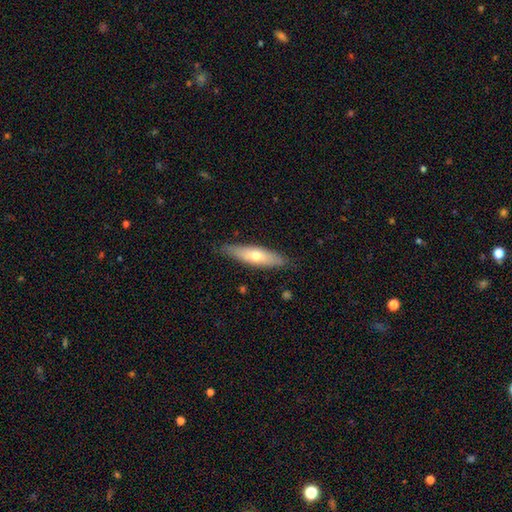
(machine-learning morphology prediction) type=smooth (56%); roundness=cigar-shaped (66%); merging=none (84%).